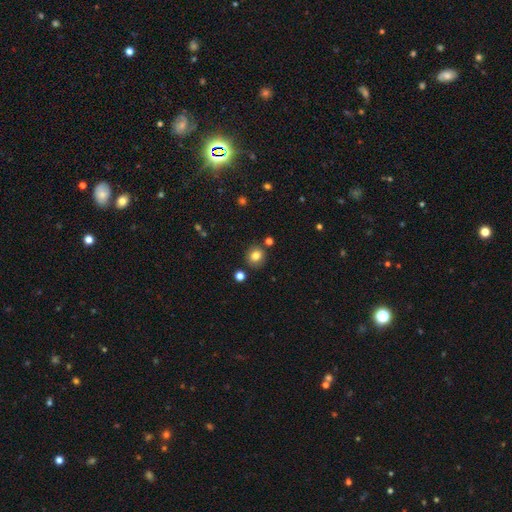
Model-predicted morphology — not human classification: smooth-or-featured: smooth: 81% | star or artifact: 12% | featured or disk: 7%
  how-rounded: round: 81% | in between: 18% | cigar-shaped: 1%
  merging: none: 83% | minor disturbance: 10% | merger: 5% | major disturbance: 3%